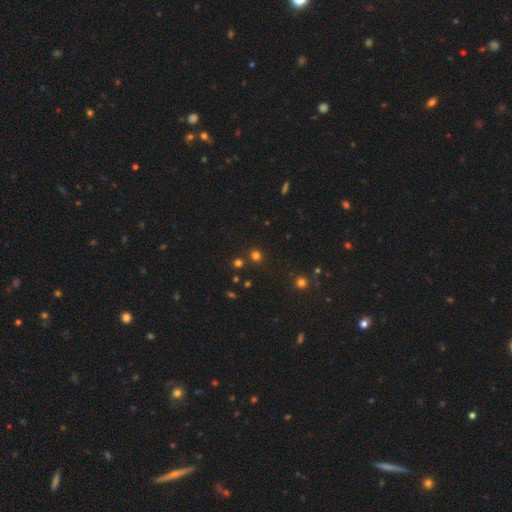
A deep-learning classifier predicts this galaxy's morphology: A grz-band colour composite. It shows a smooth galaxy with no disk features (70%) that is round (88%). Merging: none (83%).